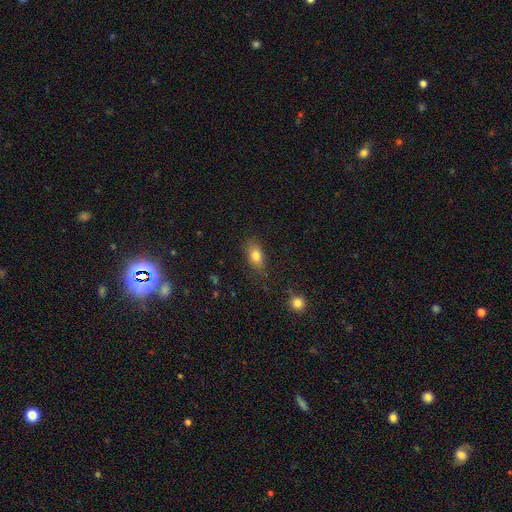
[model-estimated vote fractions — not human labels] smooth 79%, featured or disk 11%, star or artifact 10%. Down the decision tree: how rounded — in between (81%); merging — none (77%).